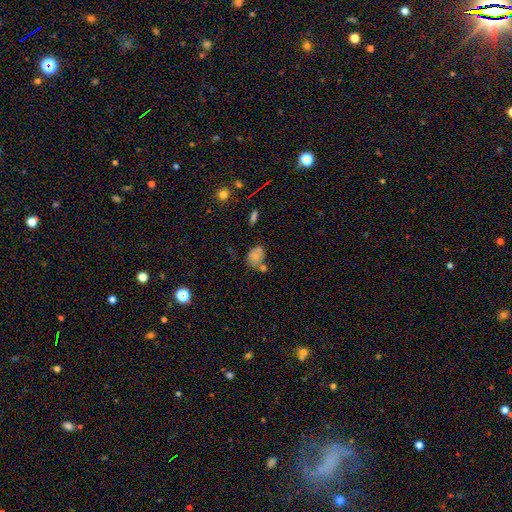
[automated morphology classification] smooth-or-featured: smooth: 65% | featured or disk: 23% | star or artifact: 12%
  how-rounded: round: 51% | in between: 48% | cigar-shaped: 1%
  merging: none: 43% | merger: 26% | minor disturbance: 22% | major disturbance: 9%